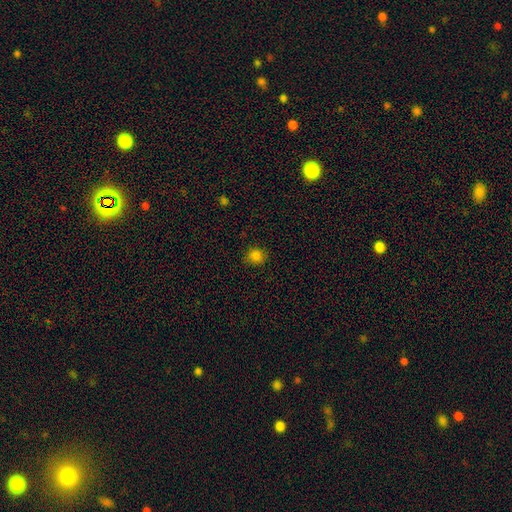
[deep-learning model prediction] The model was most divided on "how rounded": round: 83%, in between: 16%, cigar-shaped: 1%. More confident: merging — none (87%); smooth or featured — smooth (82%).